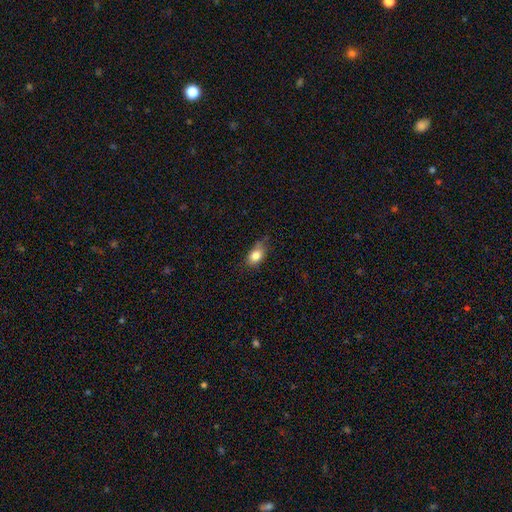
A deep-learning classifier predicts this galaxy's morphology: Smooth or featured?
  - smooth: 83% *
  - star or artifact: 9%
  - featured or disk: 8%
How rounded?
  - in between: 79% *
  - round: 19%
  - cigar-shaped: 3%
Merging?
  - none: 59% *
  - minor disturbance: 31%
  - major disturbance: 7%
  - merger: 2%